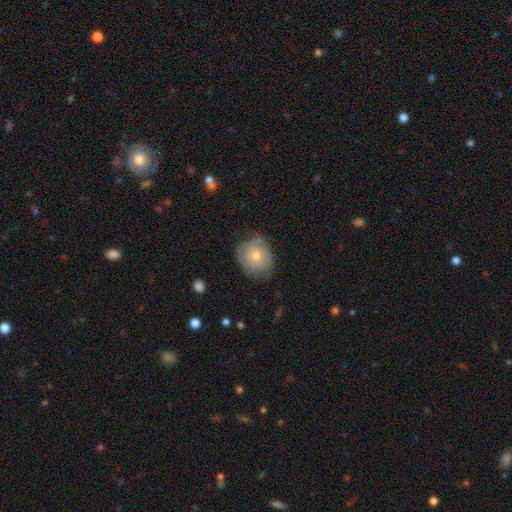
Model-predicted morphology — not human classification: Overall: smooth (56%; featured or disk 37%). How rounded: round (66%; in between 33%). Merging: none (62%; minor disturbance 28%).